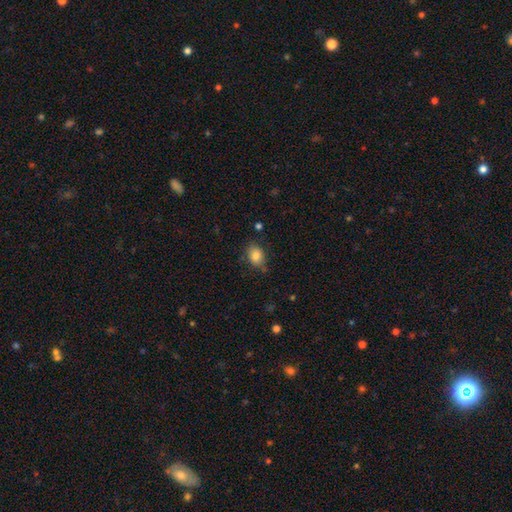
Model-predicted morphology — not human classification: A smooth galaxy with no disk features (84%) that is in between round and cigar-shaped (70%).

Vote fractions:
- Smooth or featured? smooth: 84% / star or artifact: 9% / featured or disk: 8%
- How rounded? in between: 70% / round: 29% / cigar-shaped: 1%
- Merging? none: 76% / minor disturbance: 17% / major disturbance: 4% / merger: 3%